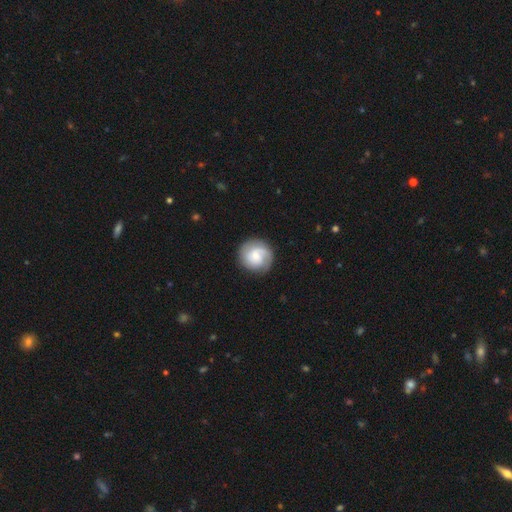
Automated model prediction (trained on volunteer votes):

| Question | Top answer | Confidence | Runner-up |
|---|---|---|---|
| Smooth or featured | featured or disk | 63% | smooth (31%) |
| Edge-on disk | no | 98% | yes (2%) |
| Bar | no | 59% | weak (35%) |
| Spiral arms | yes | 92% | no (8%) |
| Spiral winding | tight | 50% | medium (36%) |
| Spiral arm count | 2 | 52% | 1 (22%) |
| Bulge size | small | 51% | moderate (40%) |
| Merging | none | 82% | minor disturbance (12%) |